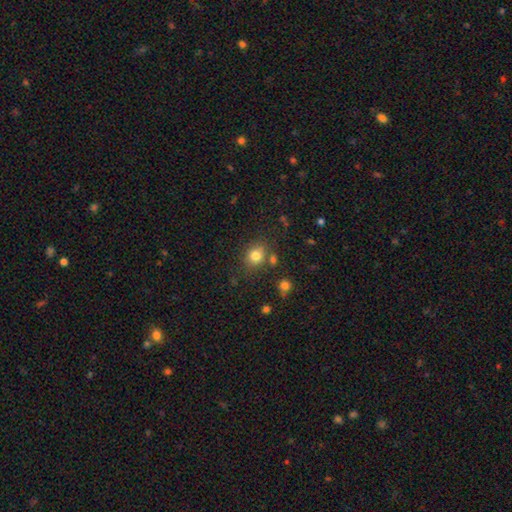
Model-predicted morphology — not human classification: Q: Smooth or featured?
A: smooth (80%); runner-up: star or artifact (13%)
Q: How rounded?
A: round (66%); runner-up: in between (34%)
Q: Merging?
A: none (73%); runner-up: minor disturbance (13%)